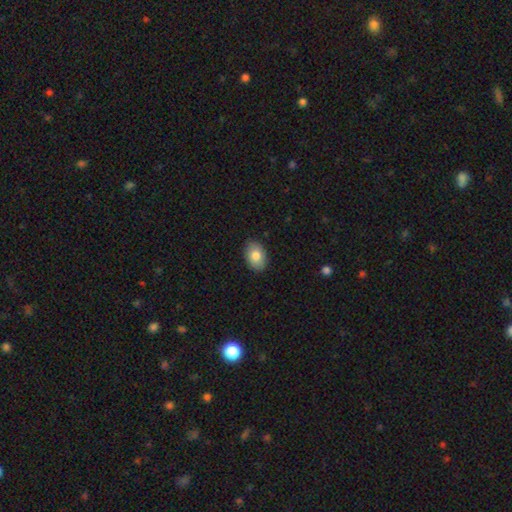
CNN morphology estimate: The model was most divided on "smooth or featured": smooth: 83%, featured or disk: 10%, star or artifact: 7%. More confident: merging — none (89%); how rounded — in between (87%).